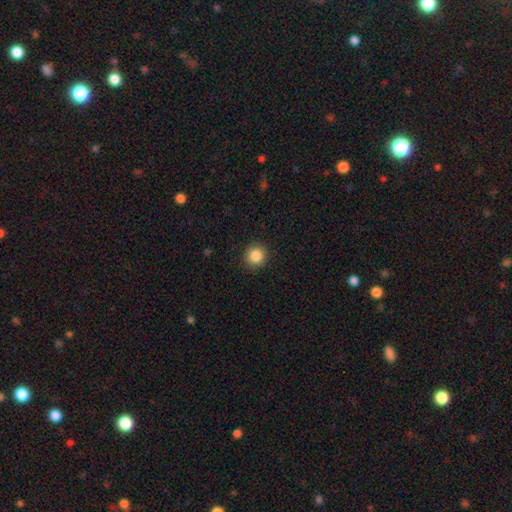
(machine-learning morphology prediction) Smooth or featured: smooth — 86% (star or artifact — 10%)
How rounded: round — 93% (in between — 6%)
Merging: none — 91% (minor disturbance — 6%)